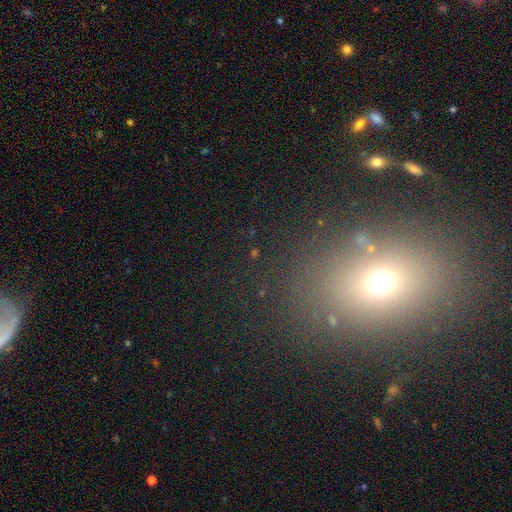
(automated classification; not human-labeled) Overall: smooth (53%; star or artifact 32%). How rounded: in between (52%; round 46%). Merging: none (80%).